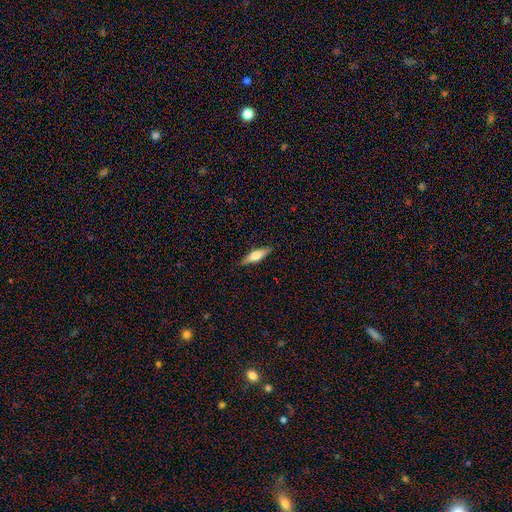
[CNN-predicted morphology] This appears to be a smooth galaxy with no disk features (50%) that is cigar-shaped (62%). Merging: none (88%).